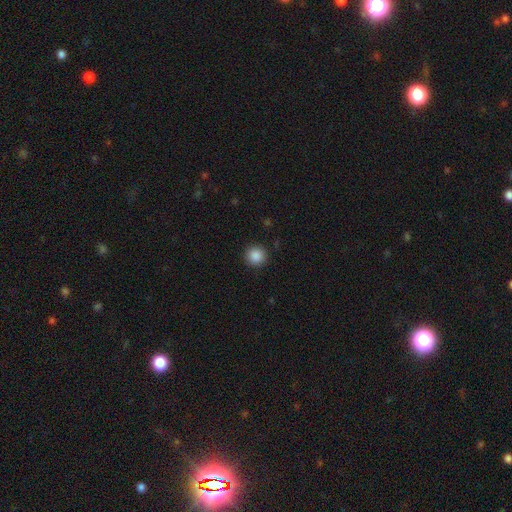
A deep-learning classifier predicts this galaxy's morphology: type=smooth (87%); roundness=round (95%); merging=none (92%).